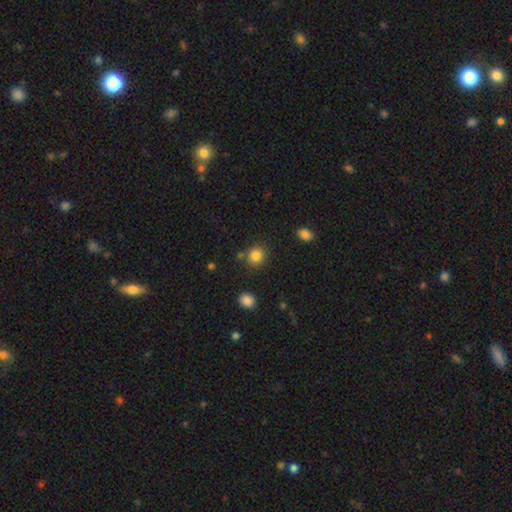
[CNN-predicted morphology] This is clearly a smooth galaxy (83%). How rounded: clearly round (86%). Merging: clearly none (81%).